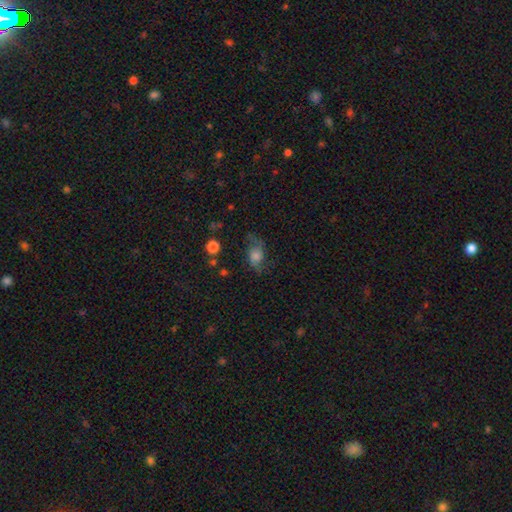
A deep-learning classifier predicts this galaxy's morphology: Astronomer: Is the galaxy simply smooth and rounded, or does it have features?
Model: smooth — 45% (runner-up: featured or disk, 40%).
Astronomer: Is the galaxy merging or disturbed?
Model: none — 58%.